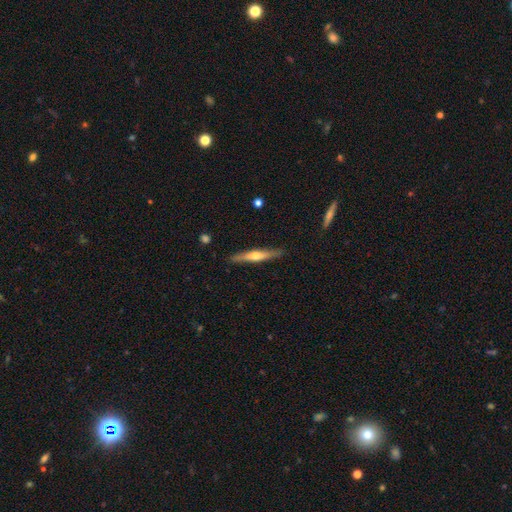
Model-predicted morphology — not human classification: A featured or disk galaxy (59%) viewed edge-on (95%) with a rounded central bulge (86%). Merging: none (88%).